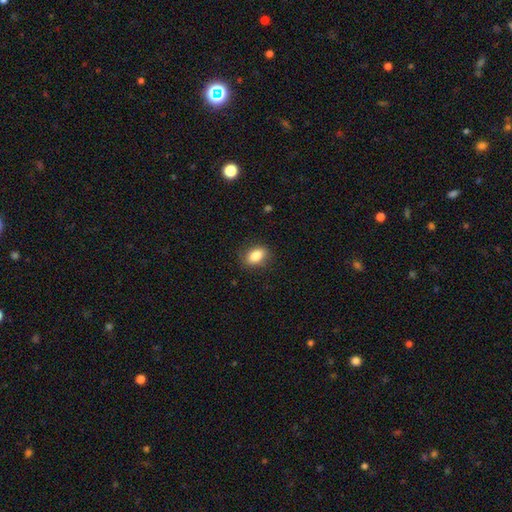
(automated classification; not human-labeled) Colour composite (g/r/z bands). It shows a smooth galaxy with no disk features (85%) that is in between round and cigar-shaped (84%). Merging: none (85%).